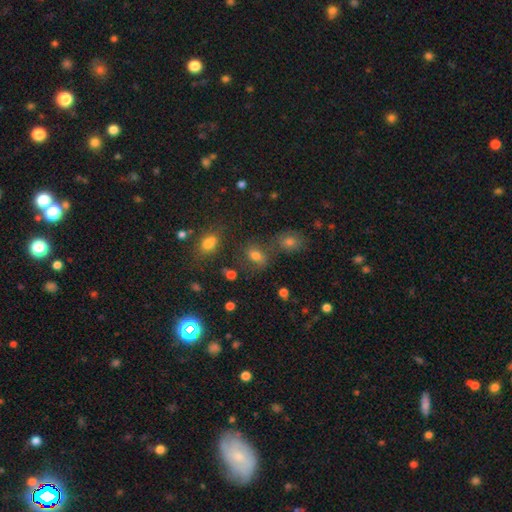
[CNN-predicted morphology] A smooth galaxy with no disk features (67%) that is in between round and cigar-shaped (67%). Merging: none (58%).